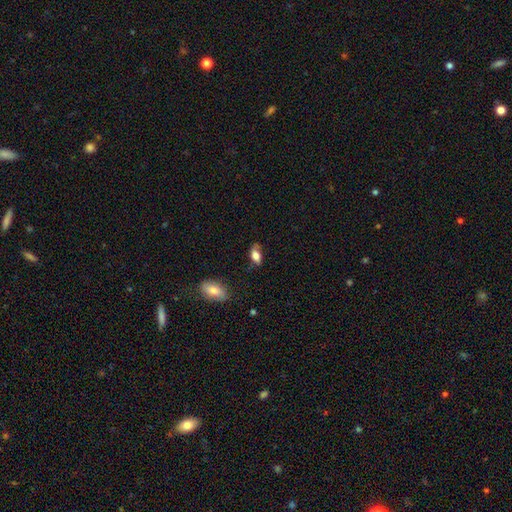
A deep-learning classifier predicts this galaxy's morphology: Smooth or featured? Predicted: smooth (p=0.73). How rounded? Predicted: in between (p=0.86). Merging? Predicted: none (p=0.65).